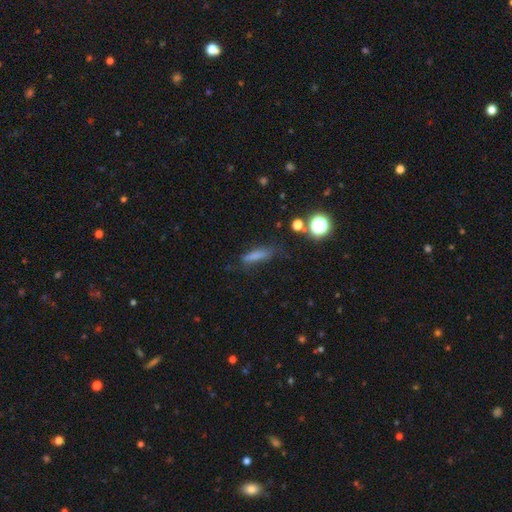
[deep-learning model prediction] Morphology: type=smooth (74%); roundness=cigar-shaped (69%); merging=none (59%).